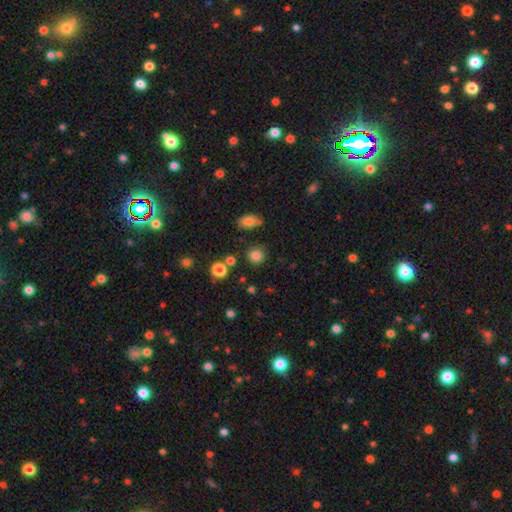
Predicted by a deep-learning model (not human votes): smooth 82%, star or artifact 13%, featured or disk 5%. Down the decision tree: how rounded — round (88%); merging — none (83%).